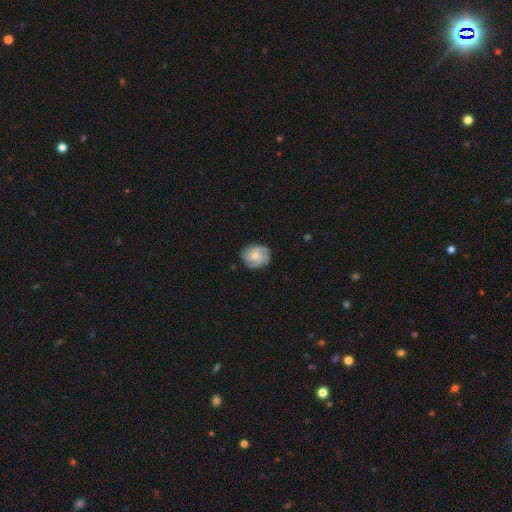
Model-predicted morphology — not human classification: smooth-or-featured: featured or disk: 64% | smooth: 29% | star or artifact: 7%
  disk-edge-on: no: 98% | yes: 2%
    bar: no: 71% | weak: 25% | strong: 3%
    has-spiral-arms: yes: 93% | no: 7%
      spiral-winding: tight: 43% (tied) | medium: 43% (tied) | loose: 14%
      spiral-arm-count: 3: 51% | 4: 18% | can't tell: 14% | 2: 10% | 1: 4% | more than 4: 4%
    bulge-size: moderate: 46% | small: 37% | none: 8% | large: 7% | dominant: 1%
  merging: none: 78% | minor disturbance: 16% | major disturbance: 5% | merger: 1%